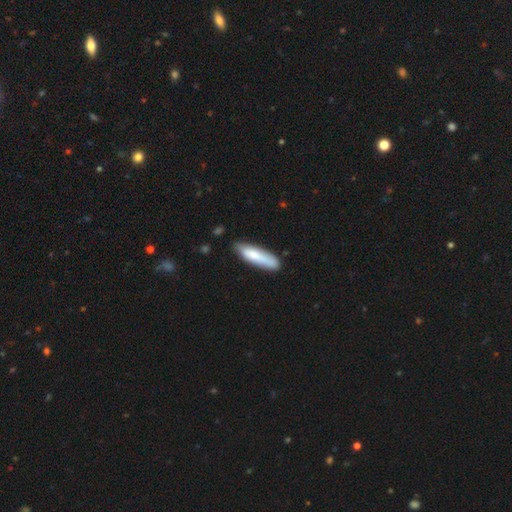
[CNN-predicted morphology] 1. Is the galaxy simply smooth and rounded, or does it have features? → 75% smooth, 20% featured or disk, 6% star or artifact.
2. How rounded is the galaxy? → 71% cigar-shaped, 28% in between, 1% round.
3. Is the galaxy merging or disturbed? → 74% none, 20% minor disturbance, 4% major disturbance, 3% merger.